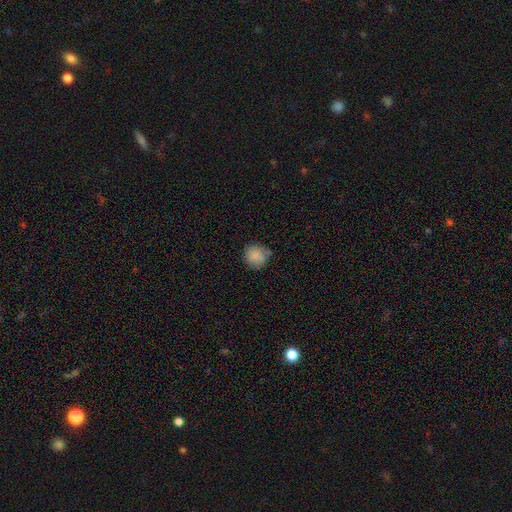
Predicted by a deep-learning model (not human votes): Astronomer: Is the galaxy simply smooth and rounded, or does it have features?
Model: smooth — 84%.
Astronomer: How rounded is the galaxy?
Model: round — 87%.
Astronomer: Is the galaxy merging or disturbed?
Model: none — 64%.